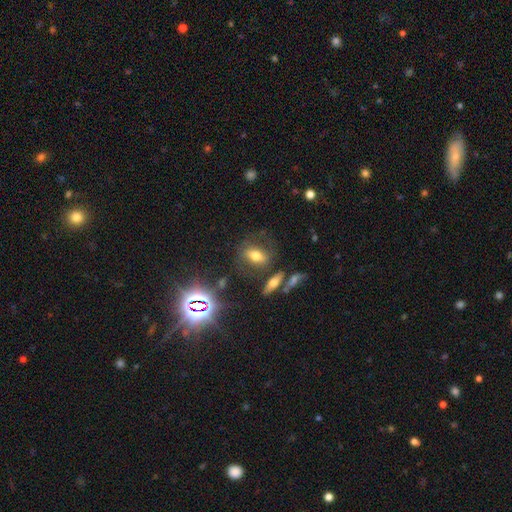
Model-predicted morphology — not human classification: Smooth or featured: smooth — 55% (featured or disk — 26%)
How rounded: in between — 73% (round — 17%)
Merging: none — 69% (minor disturbance — 16%)